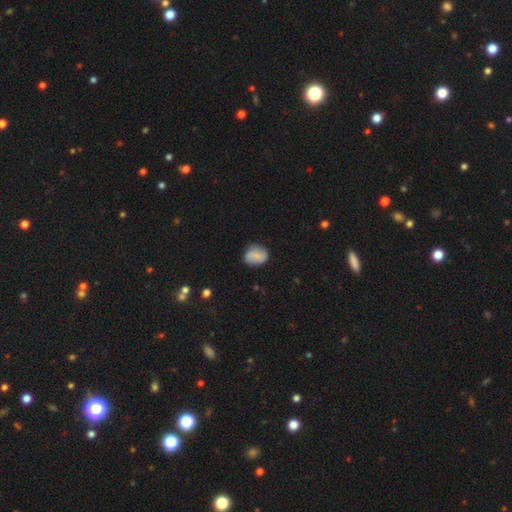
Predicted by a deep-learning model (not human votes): Smooth or featured? smooth (66%)
How rounded? round (57%)
Merging? none (75%)